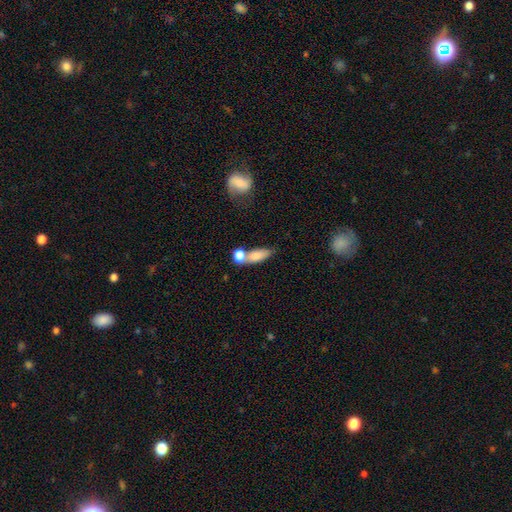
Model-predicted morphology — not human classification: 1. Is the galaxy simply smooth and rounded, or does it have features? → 78% smooth, 15% featured or disk, 8% star or artifact.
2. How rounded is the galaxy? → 69% in between, 21% cigar-shaped, 9% round.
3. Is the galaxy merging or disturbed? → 45% merger, 36% none, 12% minor disturbance, 6% major disturbance.